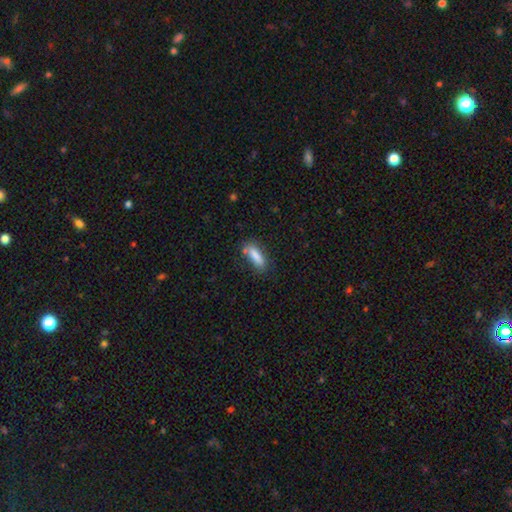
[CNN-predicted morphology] The model was most divided on "how rounded": cigar-shaped: 52%, in between: 46%, round: 2%. More confident: smooth or featured — smooth (84%); merging — none (73%).